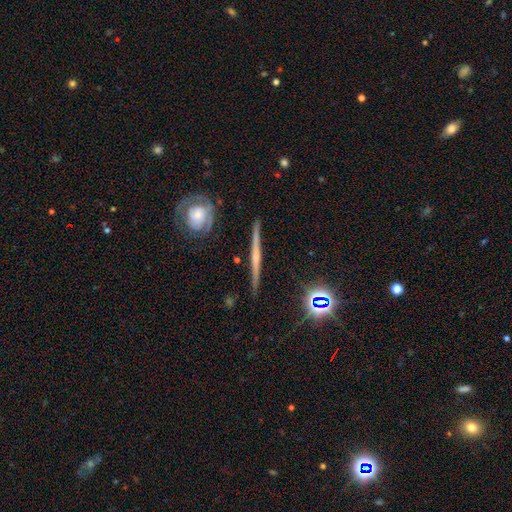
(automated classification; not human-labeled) Overall: featured or disk (70%). Edge-on disk: yes (96%). Edge-on bulge: none (50%; rounded 41%). Merging: none (89%).